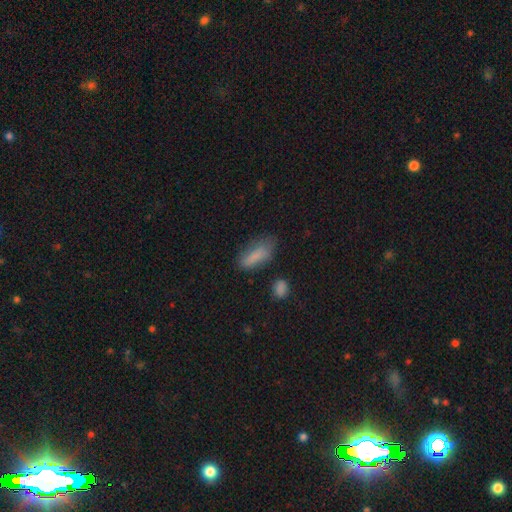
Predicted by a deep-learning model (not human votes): A smooth galaxy with no disk features (81%) that is in between round and cigar-shaped (67%). Merging: none (58%).